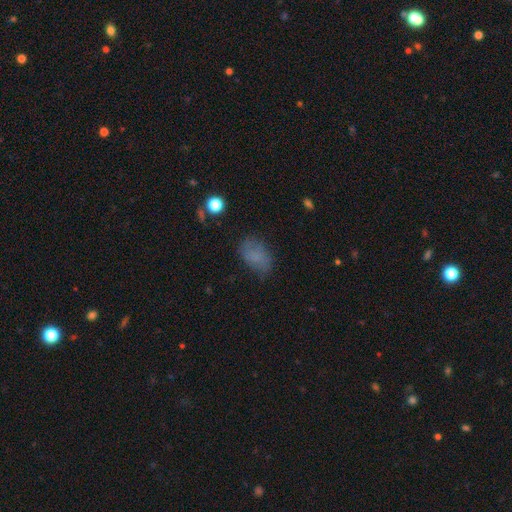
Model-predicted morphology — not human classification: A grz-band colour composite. It shows a smooth galaxy with no disk features (74%) that is in between round and cigar-shaped (86%). Merging: none (67%).